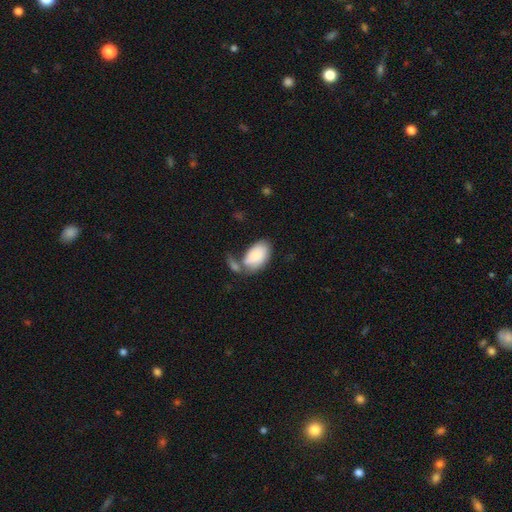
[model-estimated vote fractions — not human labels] Smooth or featured?
  - smooth: 83% *
  - featured or disk: 11%
  - star or artifact: 6%
How rounded?
  - in between: 94% *
  - round: 5%
  - cigar-shaped: 1%
Merging?
  - none: 34% *
  - merger: 31%
  - minor disturbance: 20%
  - major disturbance: 15%